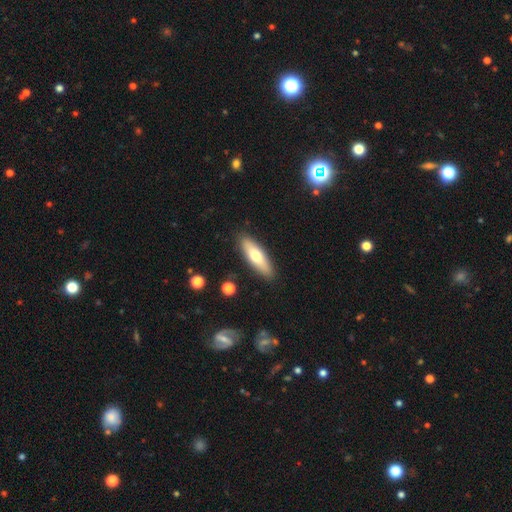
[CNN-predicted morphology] A smooth galaxy with no disk features (65%) that is cigar-shaped (52%). Merging: none (88%).